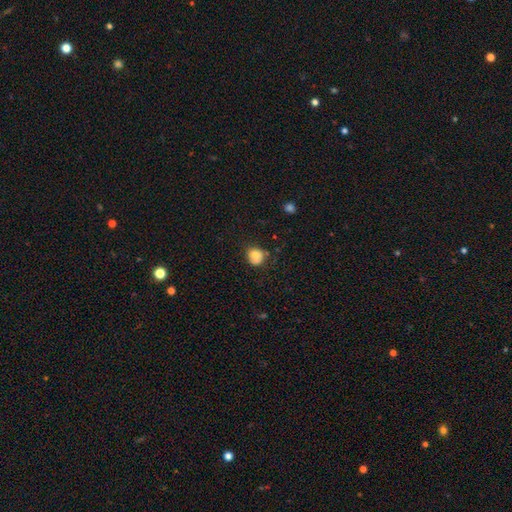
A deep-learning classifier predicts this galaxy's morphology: A smooth galaxy with no disk features (78%) that is round (70%). Merging: none (58%).